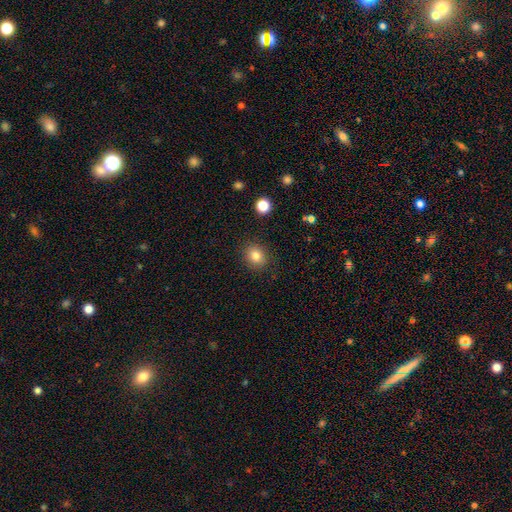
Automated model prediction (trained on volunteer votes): This appears to be a smooth galaxy with no disk features (82%) that is round (71%). Merging: none (88%).